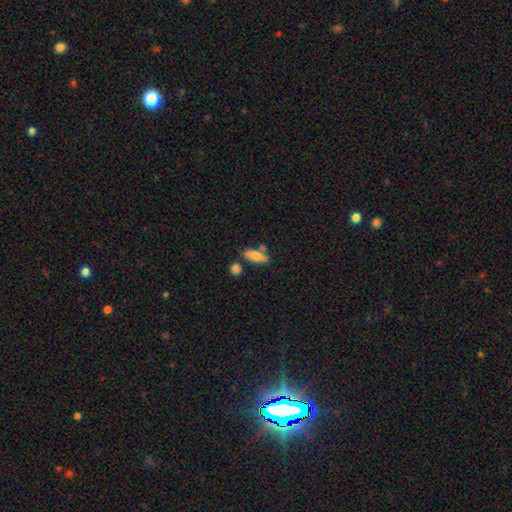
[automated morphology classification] Smooth or featured: smooth — 76% (featured or disk — 17%)
How rounded: in between — 63% (cigar-shaped — 34%)
Merging: none — 67% (minor disturbance — 15%)